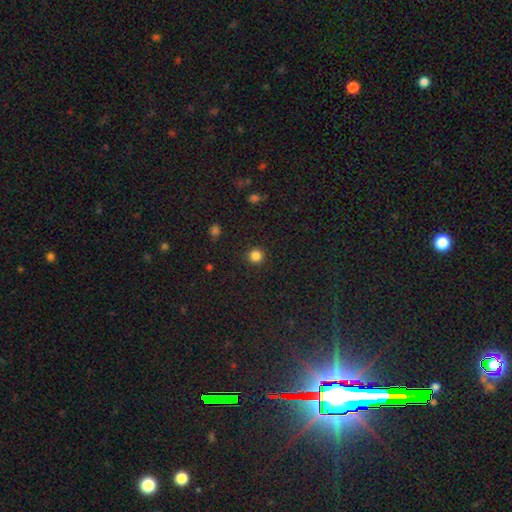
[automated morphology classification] The model was most divided on "smooth or featured": smooth: 85%, star or artifact: 12%, featured or disk: 3%. More confident: how rounded — round (94%); merging — none (92%).